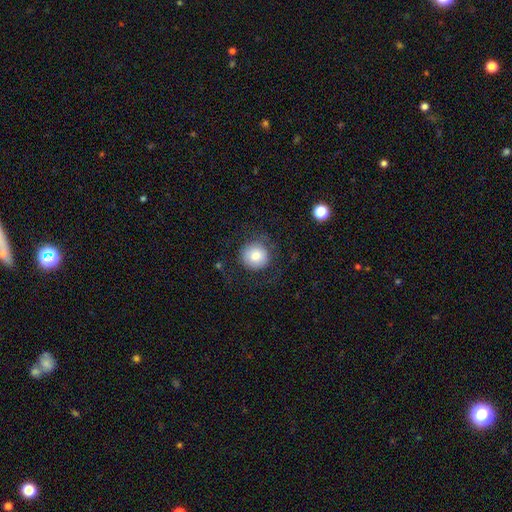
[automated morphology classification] Smooth or featured? Predicted: smooth (p=0.76). How rounded? Predicted: round (p=0.94). Merging? Predicted: none (p=0.76).